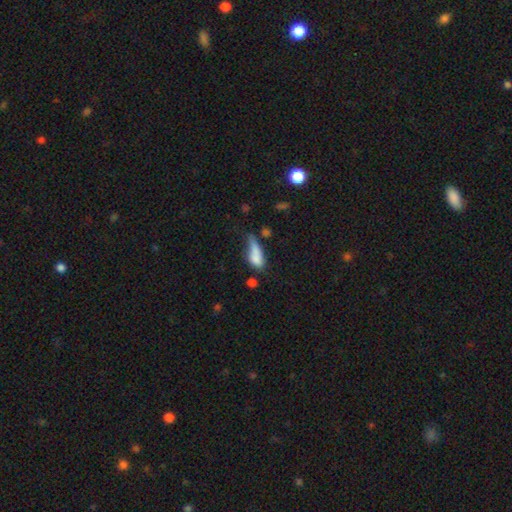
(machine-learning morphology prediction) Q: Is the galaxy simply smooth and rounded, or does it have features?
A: smooth — 74%.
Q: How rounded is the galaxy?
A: in between — 69%.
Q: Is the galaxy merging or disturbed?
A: minor disturbance — 33%.